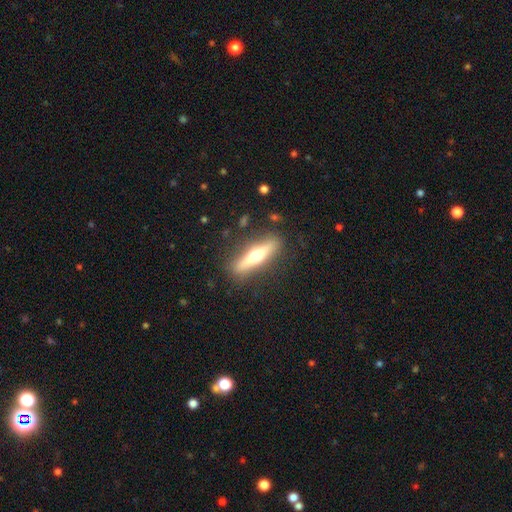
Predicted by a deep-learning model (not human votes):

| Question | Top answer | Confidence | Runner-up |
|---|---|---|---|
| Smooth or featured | featured or disk | 56% | smooth (38%) |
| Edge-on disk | yes | 92% | no (8%) |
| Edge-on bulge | rounded | 92% | none (4%) |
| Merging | none | 86% | minor disturbance (9%) |